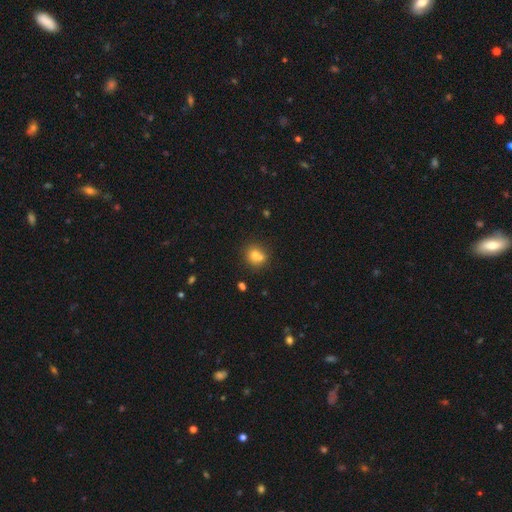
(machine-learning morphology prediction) type=smooth (72%); roundness=round (79%); merging=none (46%).